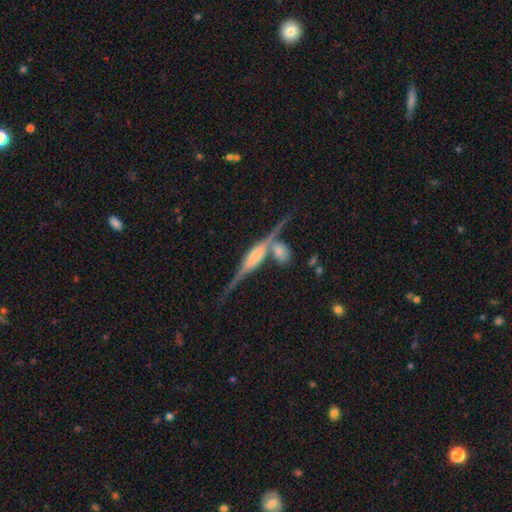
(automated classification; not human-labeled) A featured or disk galaxy (82%) viewed edge-on (96%) with a boxy central bulge (47%).

Vote fractions:
- Smooth or featured? featured or disk: 82% / smooth: 12% / star or artifact: 6%
- Edge-on disk? yes: 96% / no: 4%
- Edge-on bulge? boxy: 47% / rounded: 44% / none: 9%
- Merging? none: 60% / merger: 19% / minor disturbance: 15% / major disturbance: 6%